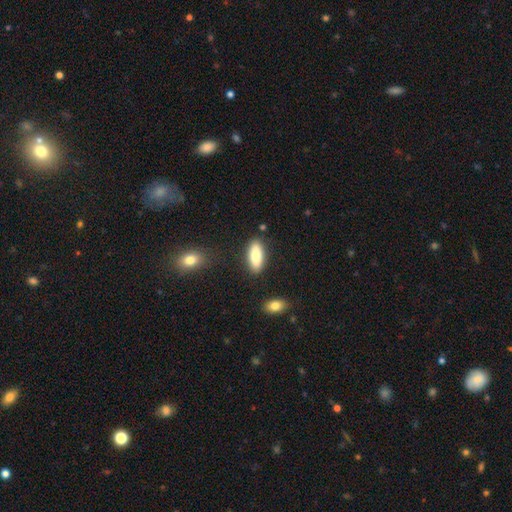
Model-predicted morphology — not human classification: smooth 83%, featured or disk 11%, star or artifact 6%. Down the decision tree: how rounded — in between (77%); merging — none (84%).